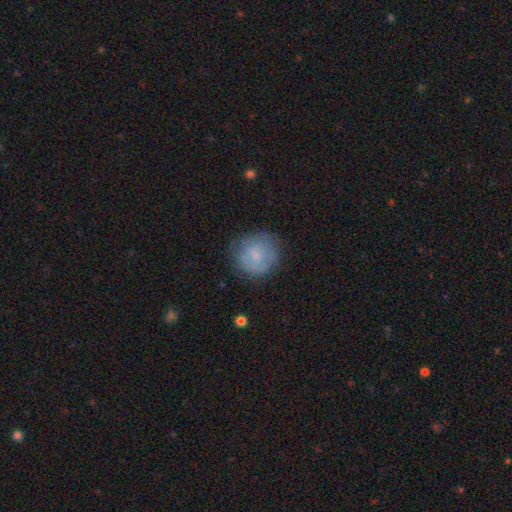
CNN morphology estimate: Smooth or featured? smooth (66%)
How rounded? round (89%)
Merging? none (72%)